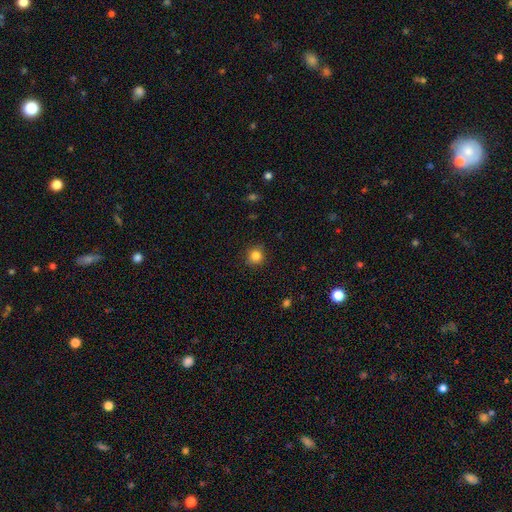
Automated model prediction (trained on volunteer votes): Q: Smooth or featured?
A: smooth (84%); runner-up: star or artifact (12%)
Q: How rounded?
A: round (90%); runner-up: in between (9%)
Q: Merging?
A: none (87%); runner-up: minor disturbance (9%)